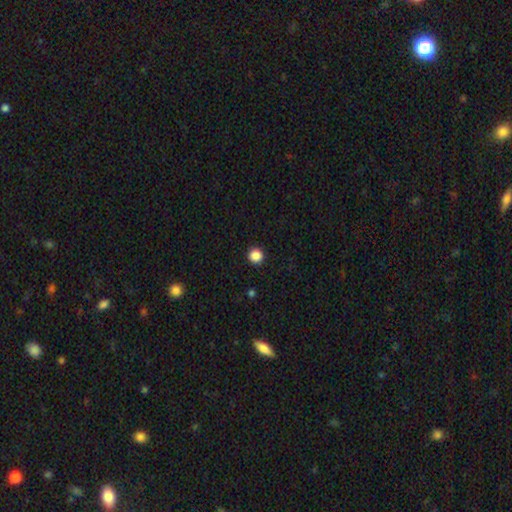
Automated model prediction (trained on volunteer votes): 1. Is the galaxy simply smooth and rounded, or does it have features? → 87% smooth, 11% star or artifact, 3% featured or disk.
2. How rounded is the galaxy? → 94% round, 5% in between, 1% cigar-shaped.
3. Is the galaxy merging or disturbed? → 93% none, 4% minor disturbance, 1% major disturbance, 1% merger.